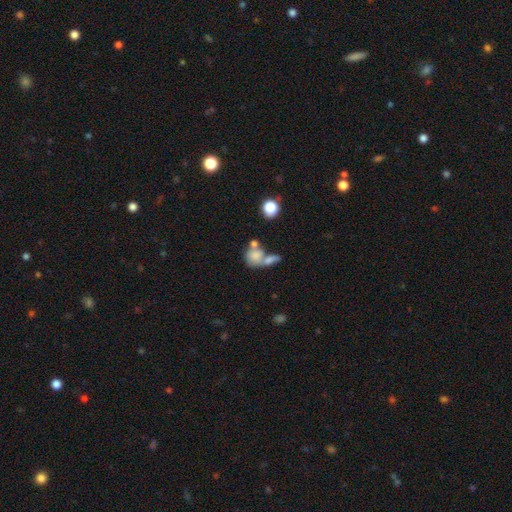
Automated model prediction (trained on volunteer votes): A smooth galaxy with no disk features (69%) that is round (53%). Merging: merger (58%).